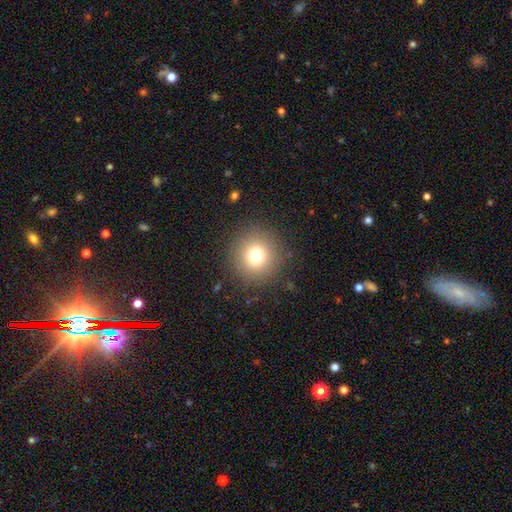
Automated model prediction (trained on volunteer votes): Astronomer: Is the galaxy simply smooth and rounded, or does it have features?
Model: smooth — 75%.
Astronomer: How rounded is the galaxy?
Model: round — 95%.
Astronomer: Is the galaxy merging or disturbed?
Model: none — 89%.